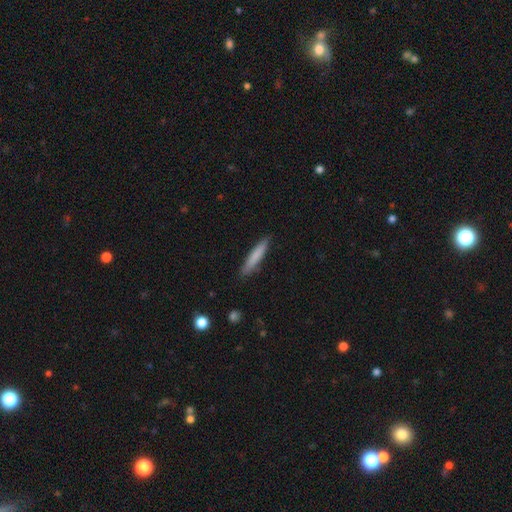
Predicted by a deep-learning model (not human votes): Smooth or featured? smooth (77%)
How rounded? cigar-shaped (92%)
Merging? none (87%)